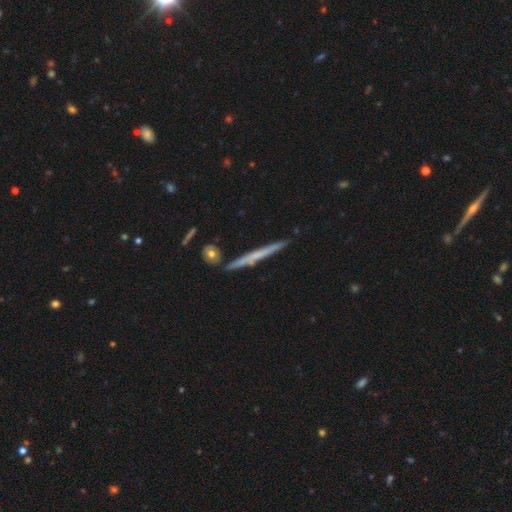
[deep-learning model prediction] A featured or disk galaxy (54%) viewed edge-on (96%) with no central bulge (79%).

Vote fractions:
- Smooth or featured? featured or disk: 54% / smooth: 41% / star or artifact: 6%
- Edge-on disk? yes: 96% / no: 4%
- Edge-on bulge? none: 79% / rounded: 15% / boxy: 5%
- Merging? none: 86% / minor disturbance: 9% / merger: 3% / major disturbance: 2%